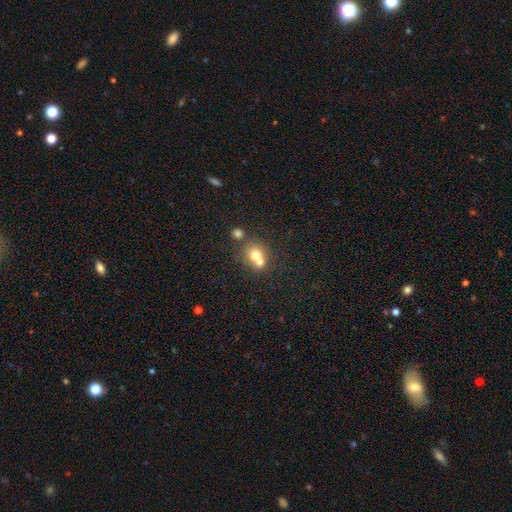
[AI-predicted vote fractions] The model was most divided on "merging": merger: 54%, none: 35%, minor disturbance: 7%, major disturbance: 3%. More confident: how rounded — round (71%); smooth or featured — smooth (69%).